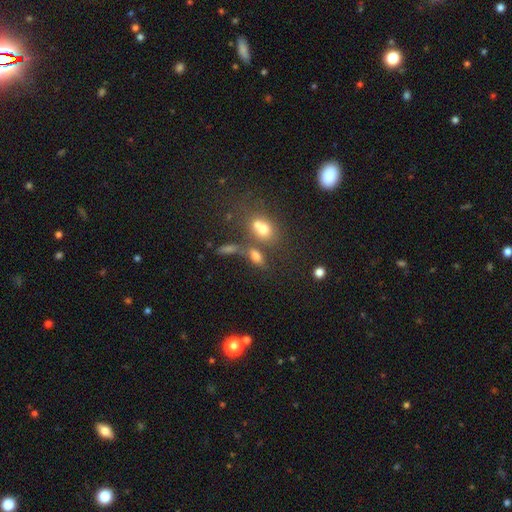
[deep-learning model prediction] Overall: smooth (68%). How rounded: in between (73%). Merging: none (45%; merger 35%).